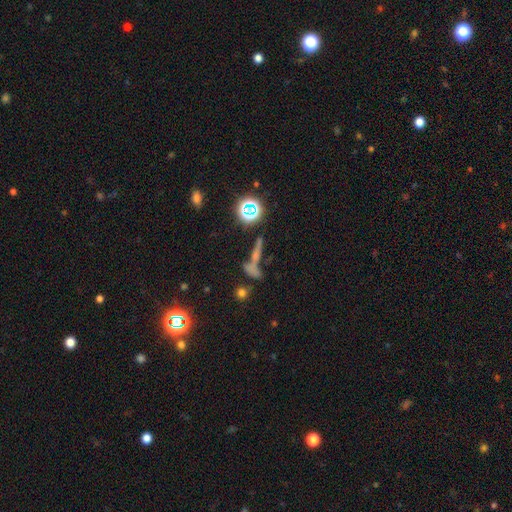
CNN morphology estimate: Smooth or featured?
  - star or artifact: 39% *
  - smooth: 36%
  - featured or disk: 25%